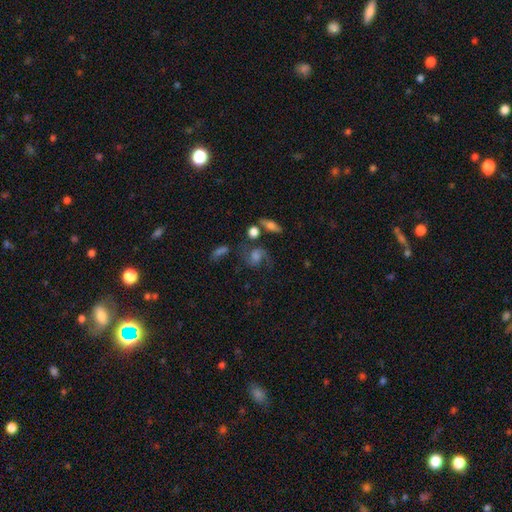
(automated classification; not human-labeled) Smooth or featured?
  - featured or disk: 68% *
  - smooth: 20%
  - star or artifact: 13%
Edge-on disk?
  - no: 96% *
  - yes: 4%
Bar?
  - no: 56% *
  - weak: 36%
  - strong: 8%
Spiral arms?
  - yes: 92% *
  - no: 8%
Spiral winding?
  - medium: 48% *
  - loose: 36%
  - tight: 15%
Spiral arm count?
  - 2: 84% *
  - 1: 7%
  - can't tell: 5%
  - 3: 1%
  - 4: 1%
  - more than 4: 1%
Bulge size?
  - moderate: 39% *
  - small: 22%
  - large: 20%
  - none: 16%
  - dominant: 3%
Merging?
  - none: 58% *
  - minor disturbance: 18%
  - major disturbance: 14%
  - merger: 10%